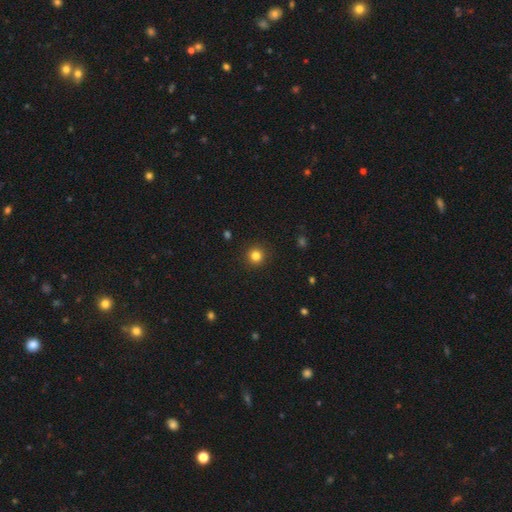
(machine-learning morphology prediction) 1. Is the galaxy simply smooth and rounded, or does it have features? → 82% smooth, 13% star or artifact, 5% featured or disk.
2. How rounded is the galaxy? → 95% round, 5% in between, 1% cigar-shaped.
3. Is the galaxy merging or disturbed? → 92% none, 5% minor disturbance, 2% major disturbance, 1% merger.